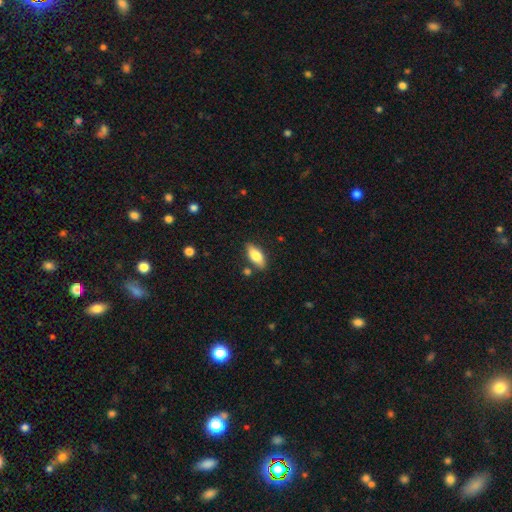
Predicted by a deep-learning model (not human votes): smooth-or-featured: smooth: 77% | featured or disk: 16% | star or artifact: 6%
  how-rounded: in between: 83% | cigar-shaped: 14% | round: 3%
  merging: none: 82% | minor disturbance: 12% | merger: 4% | major disturbance: 3%